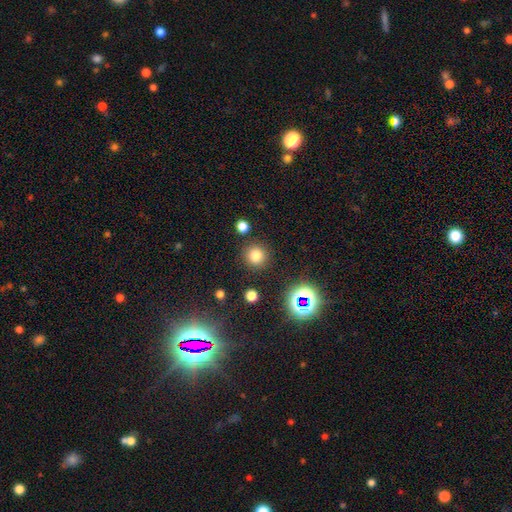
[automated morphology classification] Smooth or featured? smooth (77%)
How rounded? round (94%)
Merging? none (88%)